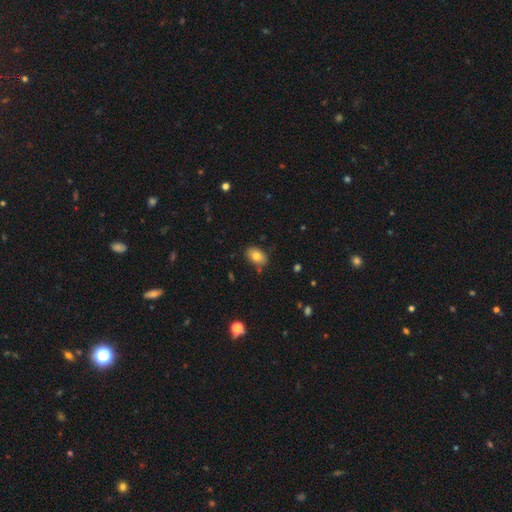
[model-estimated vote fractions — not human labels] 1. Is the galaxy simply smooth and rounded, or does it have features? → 79% smooth, 12% featured or disk, 9% star or artifact.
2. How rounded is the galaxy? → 86% in between, 12% round, 1% cigar-shaped.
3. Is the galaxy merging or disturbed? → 81% none, 14% minor disturbance, 3% merger, 3% major disturbance.